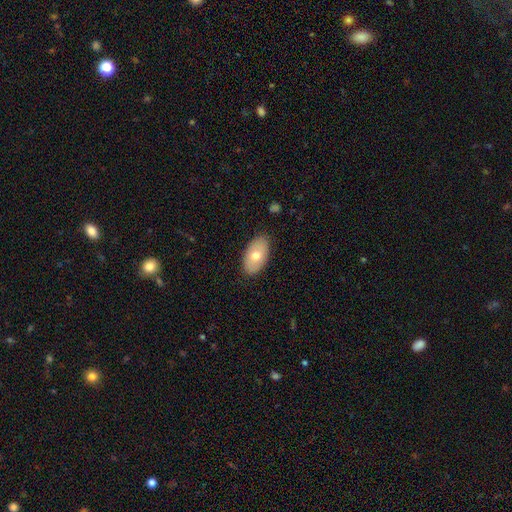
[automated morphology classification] A smooth galaxy with no disk features (69%) that is in between round and cigar-shaped (94%).

Vote fractions:
- Smooth or featured? smooth: 69% / featured or disk: 25% / star or artifact: 6%
- How rounded? in between: 94% / round: 4% / cigar-shaped: 2%
- Merging? none: 84% / minor disturbance: 12% / major disturbance: 2% / merger: 1%